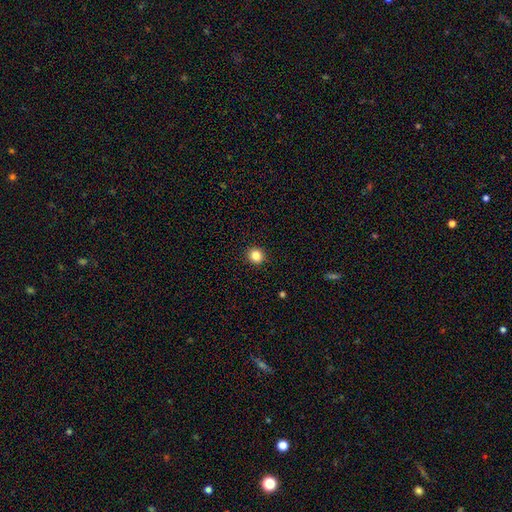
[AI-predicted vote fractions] This is clearly a smooth galaxy (84%). How rounded: clearly round (89%). Merging: clearly none (93%).